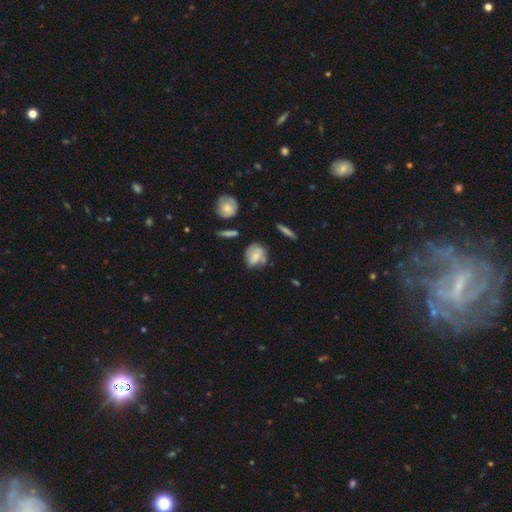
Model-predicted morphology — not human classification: Smooth or featured?
  - smooth: 64% *
  - featured or disk: 28%
  - star or artifact: 8%
How rounded?
  - in between: 52% *
  - round: 45%
  - cigar-shaped: 3%
Merging?
  - none: 52% *
  - minor disturbance: 30%
  - major disturbance: 10%
  - merger: 8%